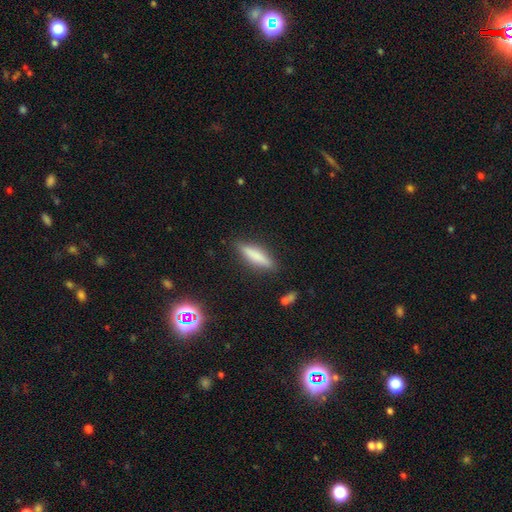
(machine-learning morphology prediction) smooth_or_featured: smooth (p=0.69) [alt: featured or disk p=0.24]
how_rounded: cigar-shaped (p=0.79) [alt: in between p=0.20]
merging: none (p=0.86) [alt: minor disturbance p=0.10]